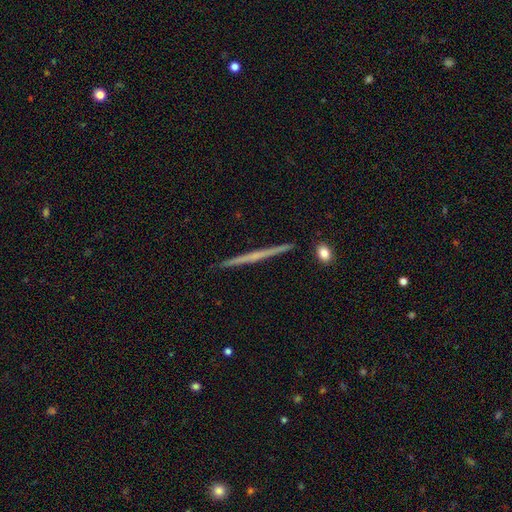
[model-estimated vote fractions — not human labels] smooth-or-featured: featured or disk: 63% | smooth: 32% | star or artifact: 5%
  disk-edge-on: yes: 98% | no: 2%
    edge-on-bulge: none: 80% | rounded: 15% | boxy: 5%
  merging: none: 93% | minor disturbance: 5% | merger: 1% | major disturbance: 1%